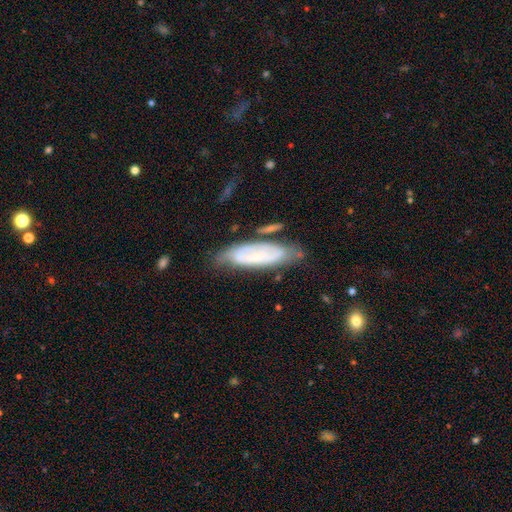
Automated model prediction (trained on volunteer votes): Smooth or featured?
  - featured or disk: 58% *
  - smooth: 34%
  - star or artifact: 8%
Edge-on disk?
  - no: 79% *
  - yes: 21%
Merging?
  - none: 59% *
  - minor disturbance: 26%
  - major disturbance: 10%
  - merger: 6%